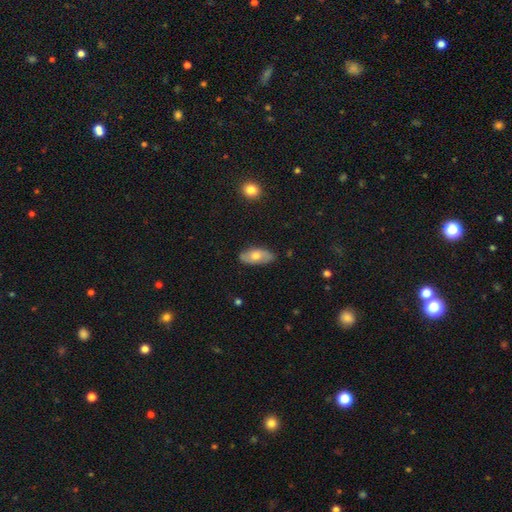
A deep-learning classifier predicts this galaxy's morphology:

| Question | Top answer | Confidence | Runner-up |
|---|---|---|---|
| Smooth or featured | smooth | 64% | featured or disk (30%) |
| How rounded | in between | 90% | cigar-shaped (7%) |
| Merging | none | 80% | minor disturbance (16%) |